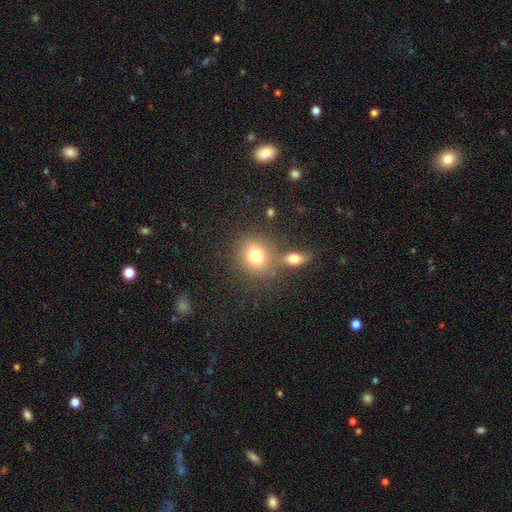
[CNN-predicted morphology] The model was most divided on "merging": none: 62%, merger: 23%, minor disturbance: 10%, major disturbance: 5%. More confident: smooth or featured — smooth (78%); how rounded — round (70%).